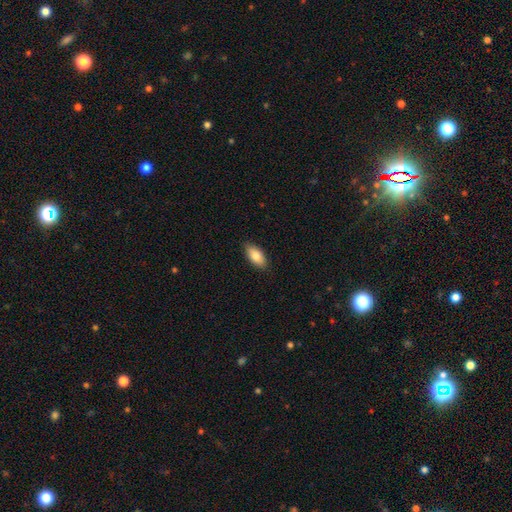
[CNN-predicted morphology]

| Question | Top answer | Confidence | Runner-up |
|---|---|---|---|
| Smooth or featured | smooth | 85% | featured or disk (9%) |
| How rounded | in between | 90% | cigar-shaped (7%) |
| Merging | none | 87% | minor disturbance (11%) |